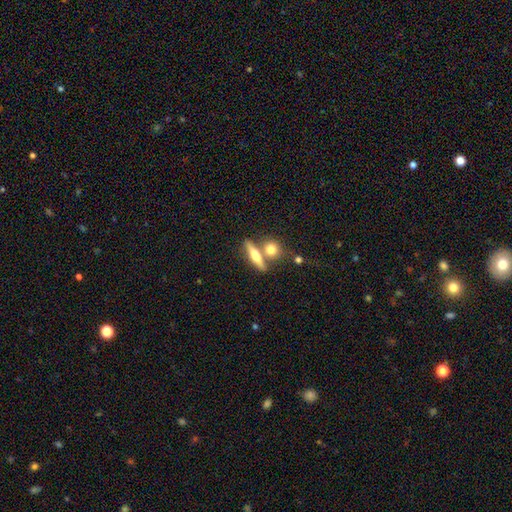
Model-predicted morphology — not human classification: This is possibly a smooth galaxy (49%). Merging: likely none (62%).